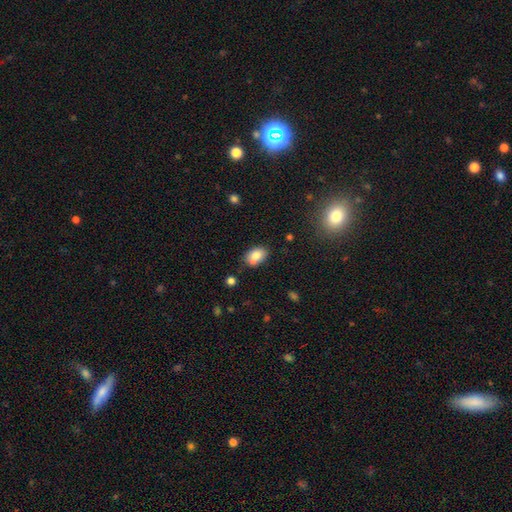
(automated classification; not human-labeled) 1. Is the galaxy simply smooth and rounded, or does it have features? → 81% smooth, 10% featured or disk, 9% star or artifact.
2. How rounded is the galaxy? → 86% in between, 13% round, 1% cigar-shaped.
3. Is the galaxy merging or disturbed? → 66% none, 19% minor disturbance, 12% merger, 4% major disturbance.